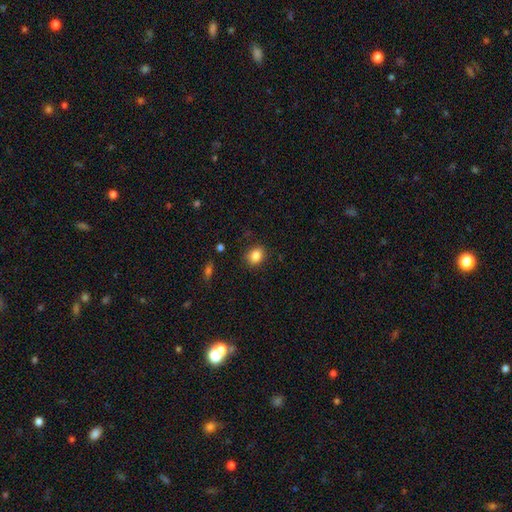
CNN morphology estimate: Q: Smooth or featured?
A: smooth (86%); runner-up: star or artifact (10%)
Q: How rounded?
A: round (54%); runner-up: in between (45%)
Q: Merging?
A: none (86%); runner-up: minor disturbance (10%)